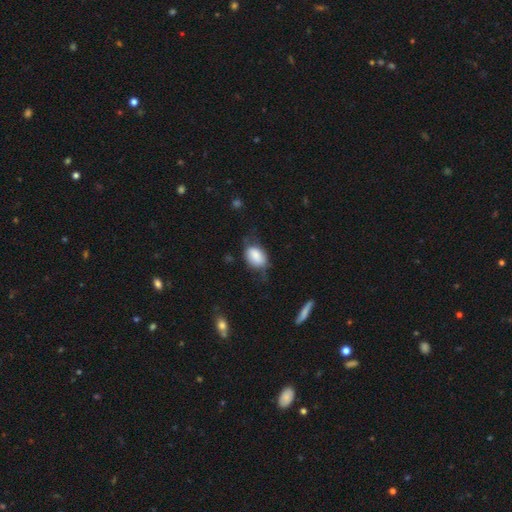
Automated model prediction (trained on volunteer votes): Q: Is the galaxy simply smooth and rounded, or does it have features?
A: smooth — 79%.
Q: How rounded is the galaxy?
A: in between — 80%.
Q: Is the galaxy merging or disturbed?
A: none — 44%.